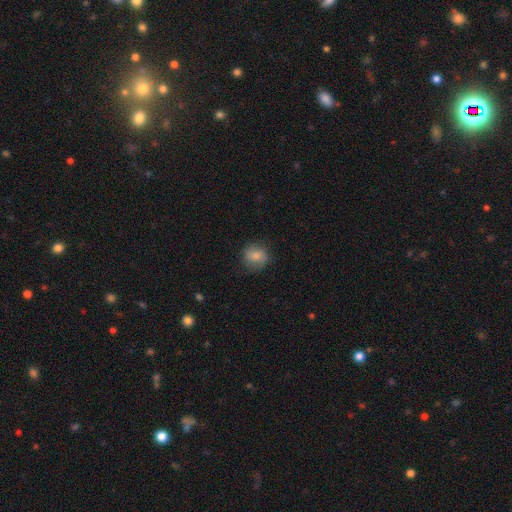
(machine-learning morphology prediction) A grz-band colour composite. It shows a smooth galaxy with no disk features (73%) that is round (81%). Merging: none (76%).